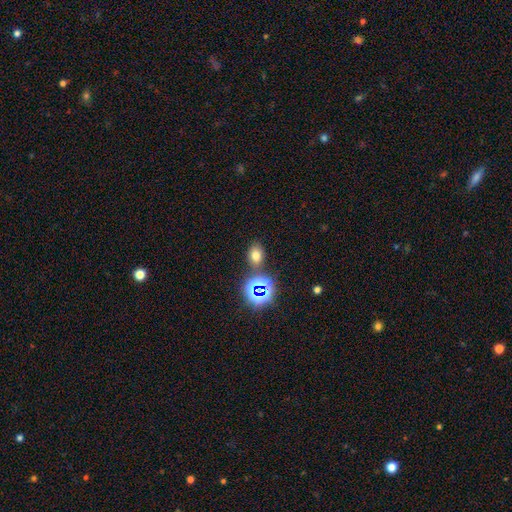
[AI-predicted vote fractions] Q: Smooth or featured?
A: smooth (65%); runner-up: star or artifact (26%)
Q: How rounded?
A: in between (63%); runner-up: round (35%)
Q: Merging?
A: none (75%); runner-up: minor disturbance (12%)